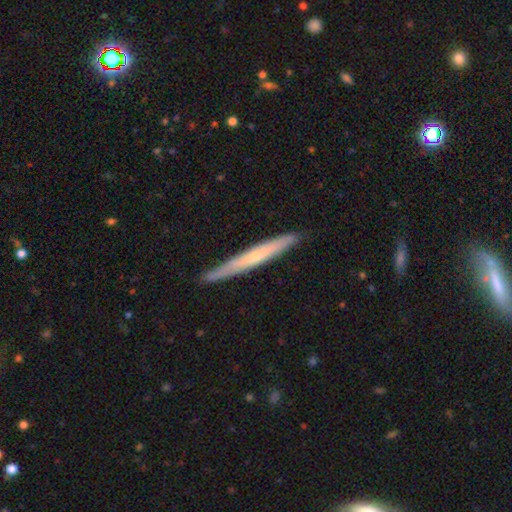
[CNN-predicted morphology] The model was most divided on "edge-on bulge": rounded: 49%, none: 48%, boxy: 3%. More confident: edge-on disk — yes (93%); merging — none (87%); smooth or featured — featured or disk (56%).